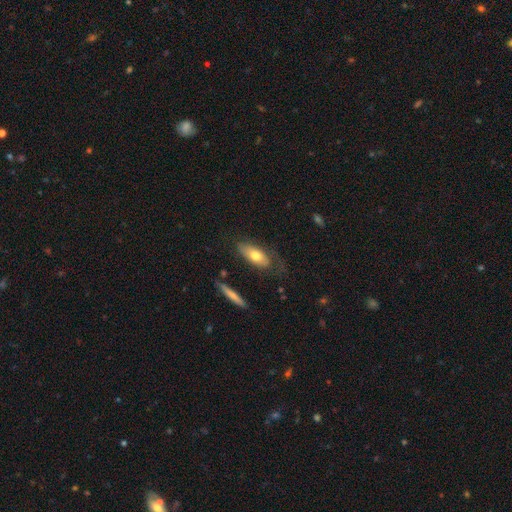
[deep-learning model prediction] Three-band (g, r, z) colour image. It shows a smooth galaxy with no disk features (62%) that is in between round and cigar-shaped (79%). Merging: none (51%).